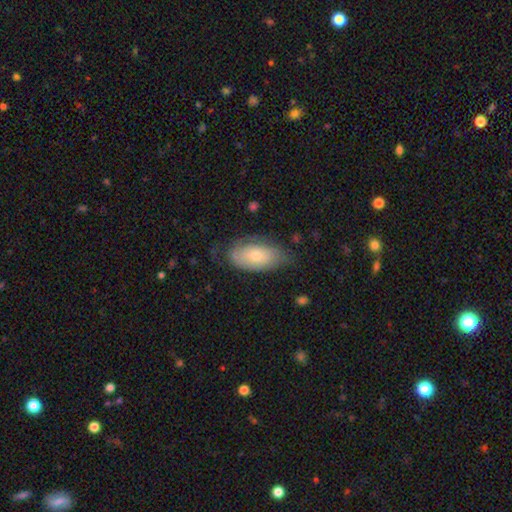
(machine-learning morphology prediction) Smooth or featured? smooth (62%)
How rounded? in between (92%)
Merging? none (58%)